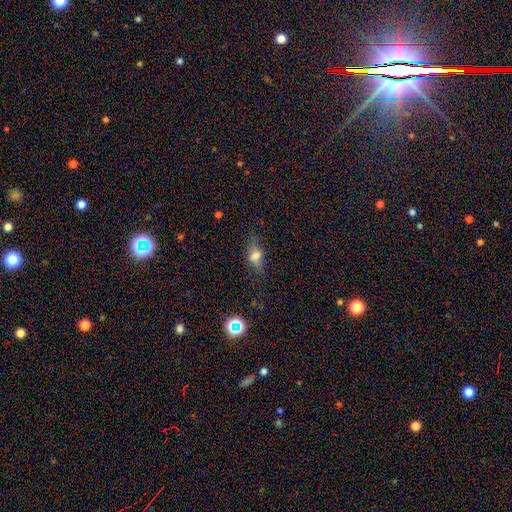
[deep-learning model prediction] A smooth galaxy with no disk features (59%) that is in between round and cigar-shaped (77%). Merging: none (71%).